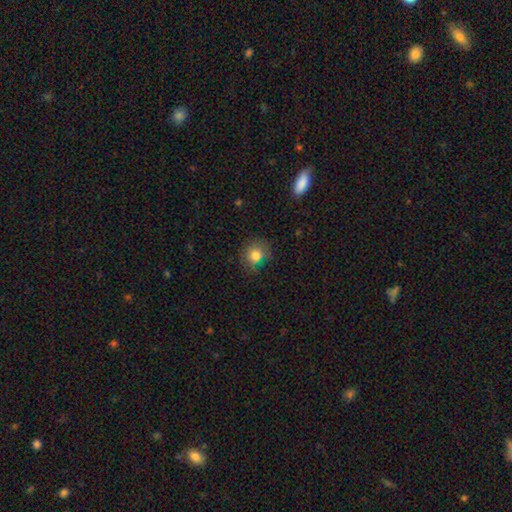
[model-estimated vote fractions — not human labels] Q: Smooth or featured?
A: smooth (79%); runner-up: star or artifact (11%)
Q: How rounded?
A: round (82%); runner-up: in between (17%)
Q: Merging?
A: none (74%); runner-up: minor disturbance (19%)